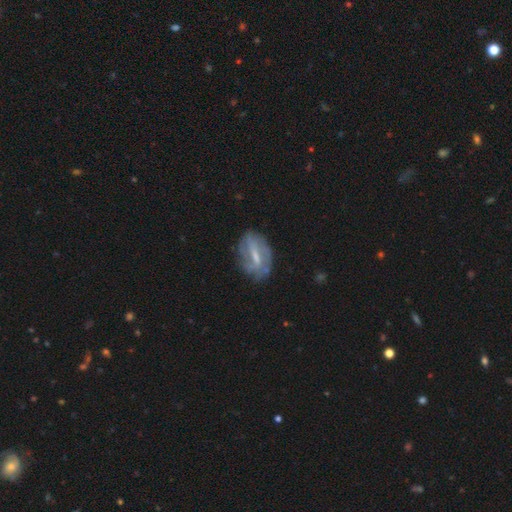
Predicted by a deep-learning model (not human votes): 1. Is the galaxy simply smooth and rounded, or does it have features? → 65% featured or disk, 27% smooth, 8% star or artifact.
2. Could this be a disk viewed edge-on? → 92% no, 8% yes.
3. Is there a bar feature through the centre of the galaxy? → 46% weak, 39% strong, 15% no.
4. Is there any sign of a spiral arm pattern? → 67% yes, 33% no.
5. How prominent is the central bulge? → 40% small, 38% moderate, 17% none, 3% large, 1% dominant.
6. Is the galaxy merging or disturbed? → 66% none, 22% minor disturbance, 9% major disturbance, 2% merger.